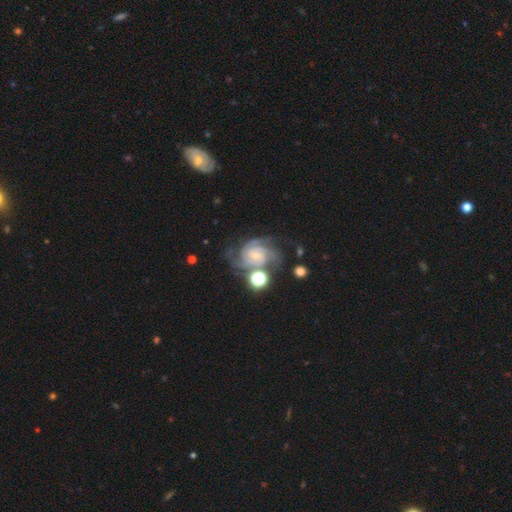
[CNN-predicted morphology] Smooth or featured? Predicted: featured or disk (p=0.87). Edge-on disk? Predicted: no (p=0.98). Bar? Predicted: no (p=0.64). Spiral arms? Predicted: yes (p=0.98). Spiral winding? Predicted: tight (p=0.56). Spiral arm count? Predicted: 3 (p=0.39). Bulge size? Predicted: small (p=0.70). Merging? Predicted: none (p=0.57).